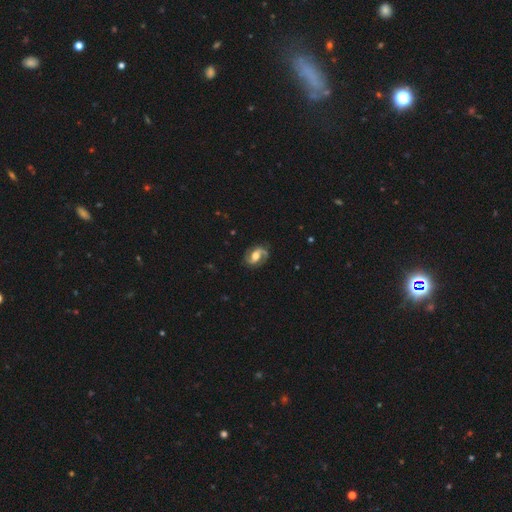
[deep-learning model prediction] Smooth or featured: featured or disk — 85% (smooth — 10%)
Edge-on disk: no — 97% (yes — 3%)
Bar: weak — 45% (no — 33%)
Spiral arms: yes — 95% (no — 5%)
Spiral winding: medium — 53% (loose — 27%)
Spiral arm count: 2 — 89% (1 — 5%)
Bulge size: moderate — 58% (large — 26%)
Merging: none — 78% (minor disturbance — 15%)